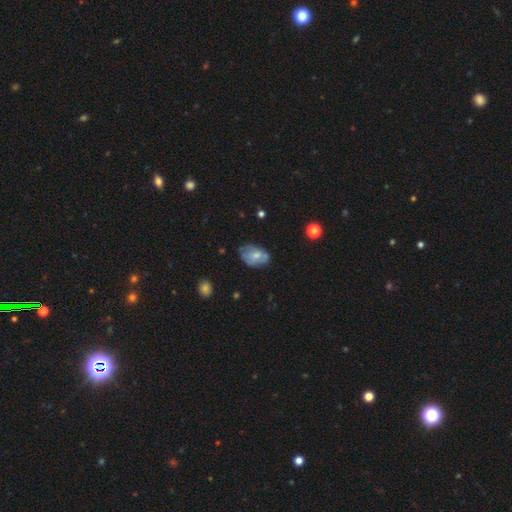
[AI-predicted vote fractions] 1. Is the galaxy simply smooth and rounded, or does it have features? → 62% smooth, 31% featured or disk, 8% star or artifact.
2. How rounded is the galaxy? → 86% in between, 13% round, 1% cigar-shaped.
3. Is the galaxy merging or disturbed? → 58% none, 31% minor disturbance, 8% major disturbance, 2% merger.